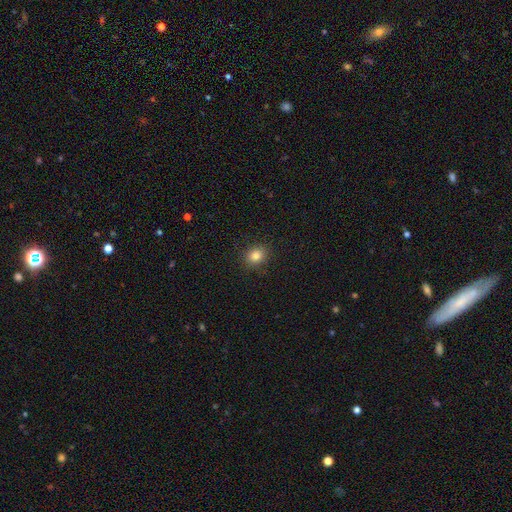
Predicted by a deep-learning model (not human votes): smooth-or-featured: smooth: 83% | star or artifact: 12% | featured or disk: 6%
  how-rounded: round: 62% | in between: 37% | cigar-shaped: 1%
  merging: none: 89% | minor disturbance: 8% | major disturbance: 2% | merger: 1%